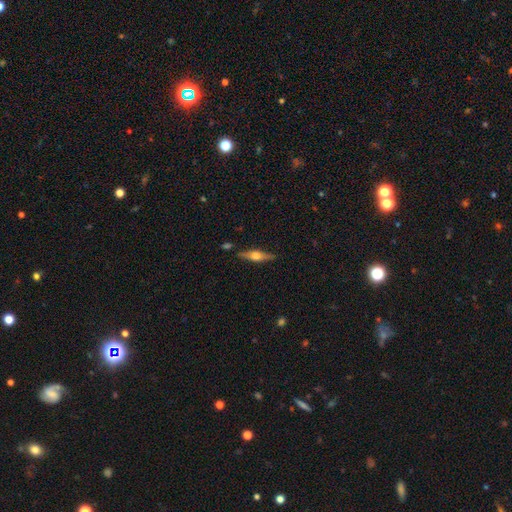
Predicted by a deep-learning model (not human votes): Smooth or featured? featured or disk (67%)
Edge-on disk? yes (96%)
Edge-on bulge? rounded (90%)
Merging? none (84%)